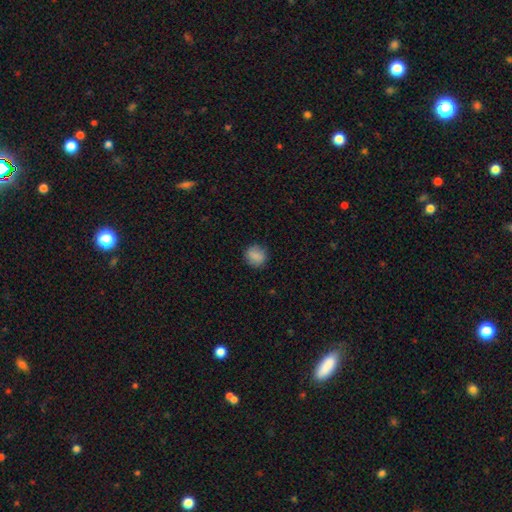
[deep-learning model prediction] The model was most divided on "how rounded": round: 86%, in between: 13%, cigar-shaped: 1%. More confident: smooth or featured — smooth (86%); merging — none (86%).